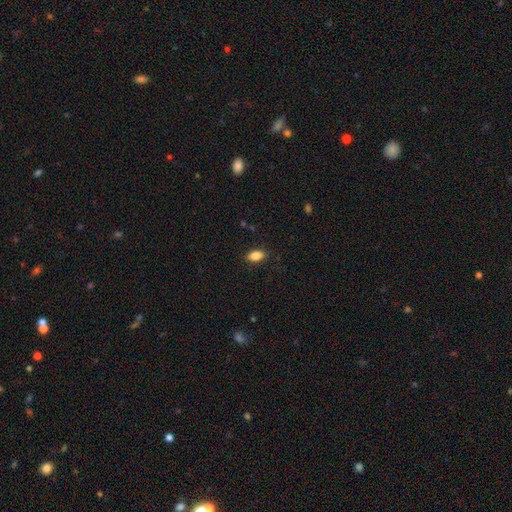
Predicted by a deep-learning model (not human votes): Smooth or featured: smooth — 86% (star or artifact — 8%)
How rounded: in between — 89% (round — 7%)
Merging: none — 87% (minor disturbance — 10%)